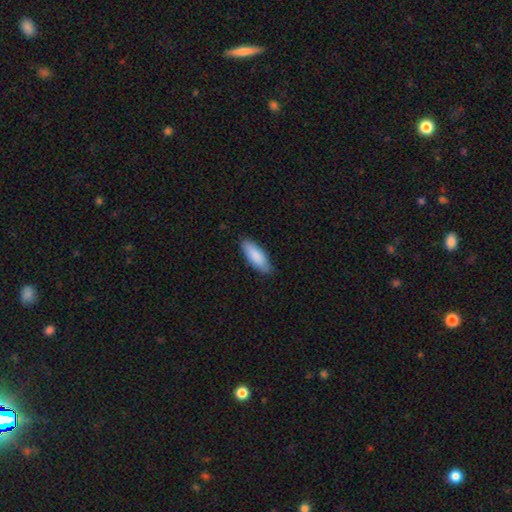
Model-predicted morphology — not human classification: smooth_or_featured: smooth (p=0.87) [alt: featured or disk p=0.08]
how_rounded: in between (p=0.65) [alt: cigar-shaped p=0.33]
merging: none (p=0.83) [alt: minor disturbance p=0.14]